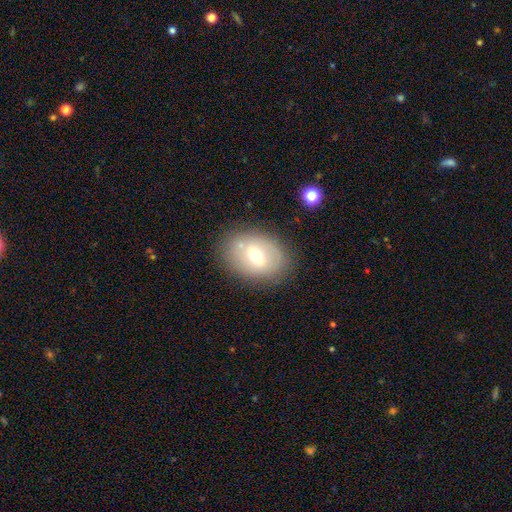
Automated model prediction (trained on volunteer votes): smooth_or_featured: smooth (p=0.56) [alt: featured or disk p=0.34]
how_rounded: in between (p=0.73) [alt: round p=0.26]
merging: none (p=0.78) [alt: minor disturbance p=0.14]